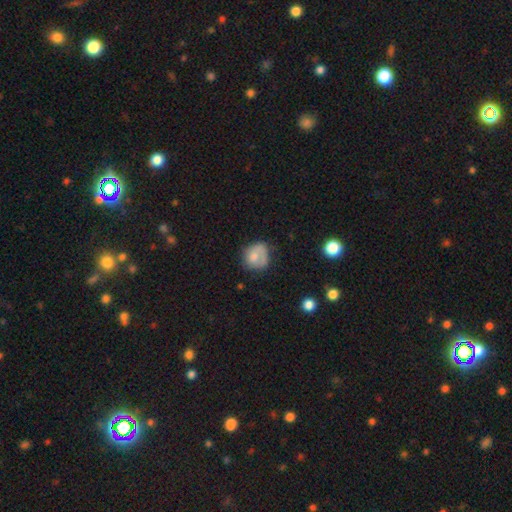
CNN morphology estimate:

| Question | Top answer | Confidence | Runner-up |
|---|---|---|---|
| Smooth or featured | smooth | 65% | featured or disk (27%) |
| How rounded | round | 76% | in between (23%) |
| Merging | none | 53% | minor disturbance (27%) |